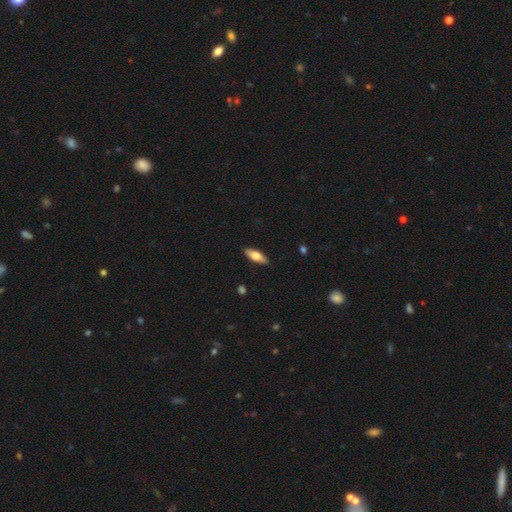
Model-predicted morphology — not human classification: smooth 70%, featured or disk 25%, star or artifact 6%. Down the decision tree: how rounded — in between (70%); merging — none (88%).